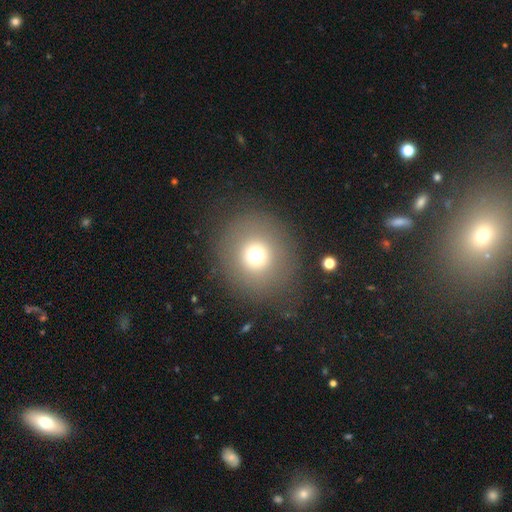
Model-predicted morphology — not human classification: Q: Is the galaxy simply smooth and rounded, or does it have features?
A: smooth — 68%.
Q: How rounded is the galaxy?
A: round — 93%.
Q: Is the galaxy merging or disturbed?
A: none — 82%.